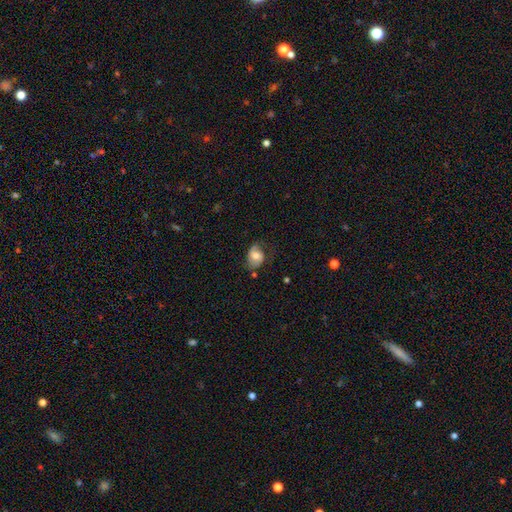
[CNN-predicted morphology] Q: Smooth or featured?
A: smooth (54%); runner-up: featured or disk (38%)
Q: How rounded?
A: in between (69%); runner-up: round (30%)
Q: Merging?
A: none (53%); runner-up: minor disturbance (30%)